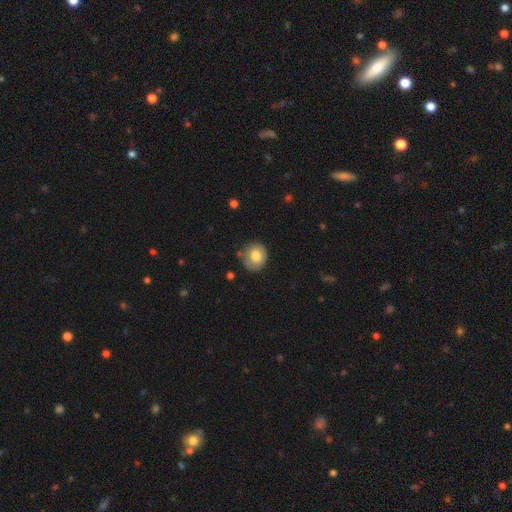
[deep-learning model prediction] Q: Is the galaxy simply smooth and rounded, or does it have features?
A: smooth — 76%.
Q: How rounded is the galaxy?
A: round — 73%.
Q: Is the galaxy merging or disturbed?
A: none — 76%.